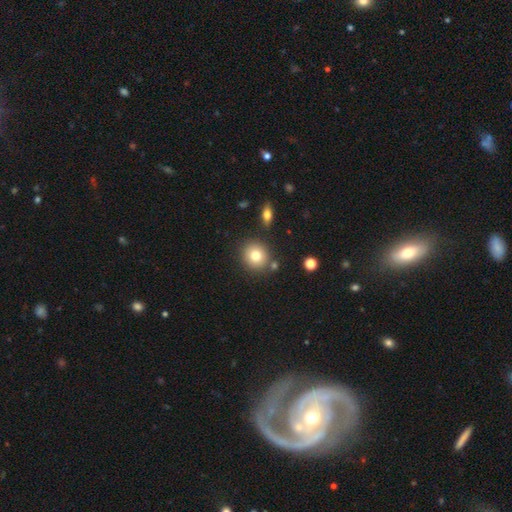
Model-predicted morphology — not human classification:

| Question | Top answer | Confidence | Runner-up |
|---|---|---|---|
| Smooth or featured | smooth | 79% | star or artifact (11%) |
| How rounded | round | 87% | in between (12%) |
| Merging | none | 82% | minor disturbance (8%) |